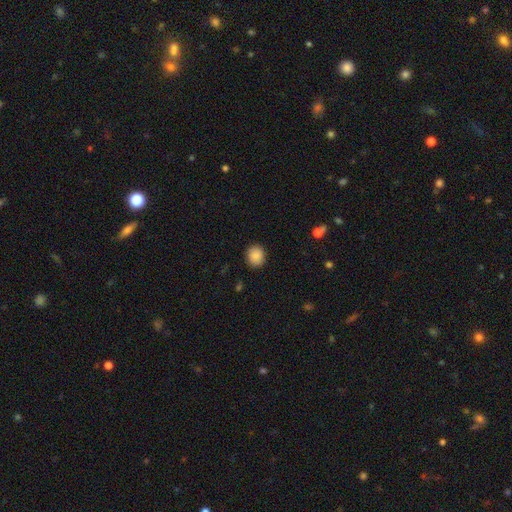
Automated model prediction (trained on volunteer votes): Smooth or featured? smooth (88%)
How rounded? round (81%)
Merging? none (89%)